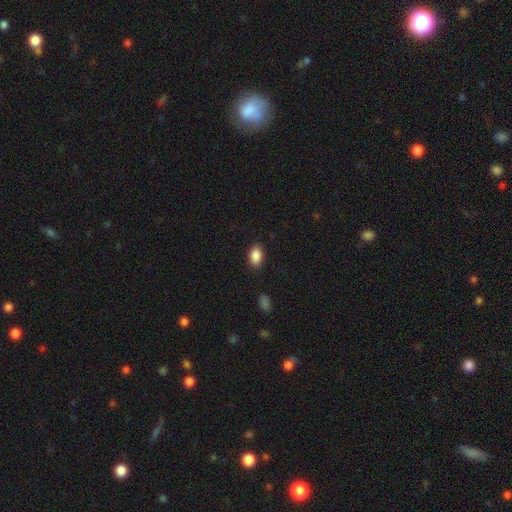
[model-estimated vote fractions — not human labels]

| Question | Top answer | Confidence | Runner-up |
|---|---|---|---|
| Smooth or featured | smooth | 88% | star or artifact (8%) |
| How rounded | in between | 87% | round (11%) |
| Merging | none | 87% | minor disturbance (9%) |